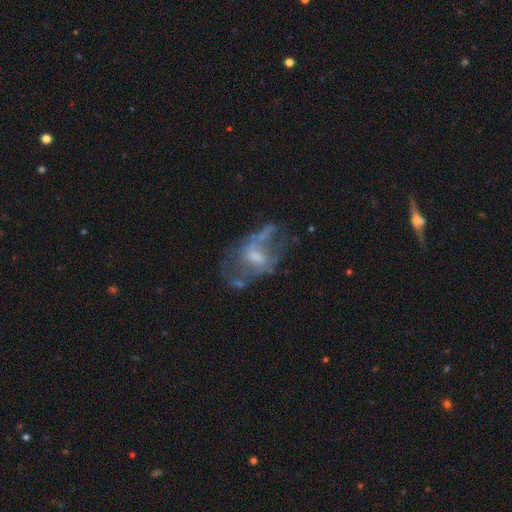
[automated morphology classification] A featured or disk galaxy (66%) with no bar (48%), no spiral arms (59%) and a moderate central bulge (42%).

Vote fractions:
- Smooth or featured? featured or disk: 66% / smooth: 24% / star or artifact: 10%
- Edge-on disk? no: 96% / yes: 4%
- Bar? no: 48% / weak: 41% / strong: 11%
- Spiral arms? no: 59% / yes: 41%
- Bulge size? moderate: 42% / small: 32% / none: 17% / large: 8% / dominant: 1%
- Merging? none: 36% / major disturbance: 33% / minor disturbance: 20% / merger: 11%